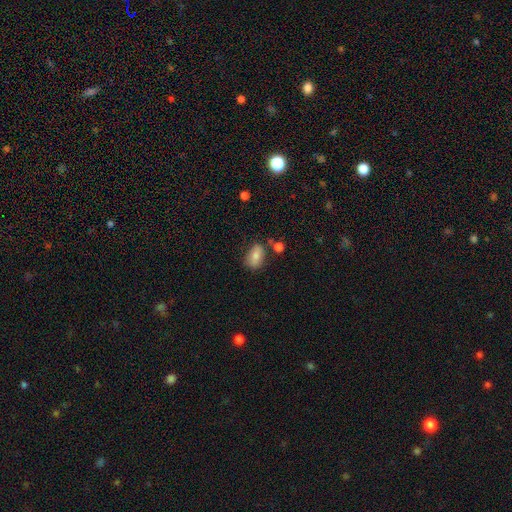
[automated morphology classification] Smooth or featured: smooth — 81% (featured or disk — 10%)
How rounded: in between — 87% (round — 10%)
Merging: none — 71% (minor disturbance — 18%)